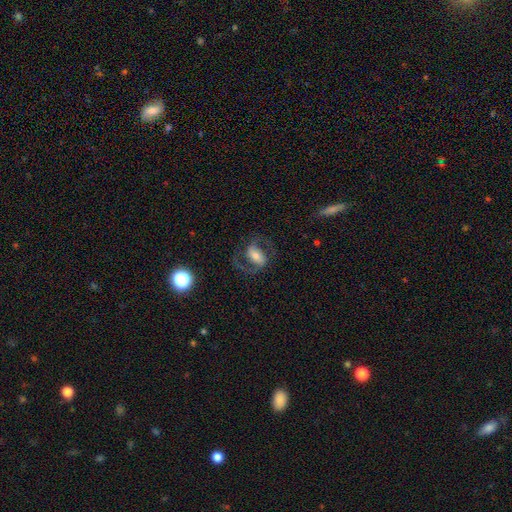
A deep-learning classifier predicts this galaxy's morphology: smooth_or_featured: featured or disk (p=0.74) [alt: smooth p=0.18]
disk_edge_on: no (p=0.97) [alt: yes p=0.03]
bar: strong (p=0.44) [alt: weak p=0.35]
has_spiral_arms: yes (p=0.92) [alt: no p=0.08]
spiral_winding: medium (p=0.56) [alt: loose p=0.29]
spiral_arm_count: 2 (p=0.91) [alt: can't tell p=0.03]
bulge_size: moderate (p=0.45) [alt: small p=0.29]
merging: none (p=0.71) [alt: major disturbance p=0.14]